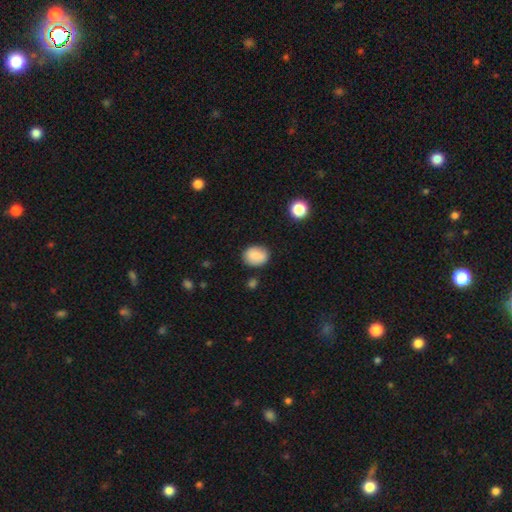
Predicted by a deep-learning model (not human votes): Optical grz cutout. It shows a smooth galaxy with no disk features (87%) that is in between round and cigar-shaped (61%). Merging: none (82%).